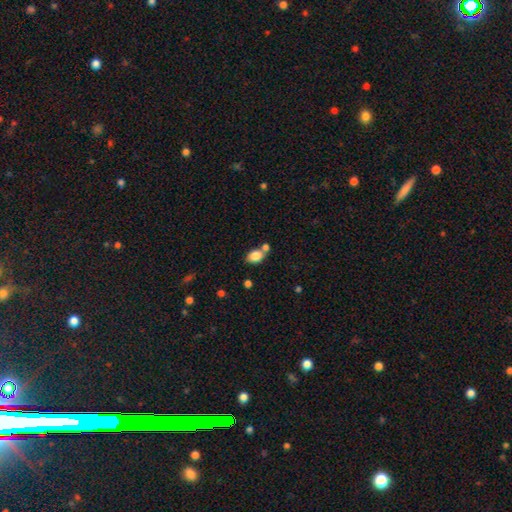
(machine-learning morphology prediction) Overall: smooth (84%). How rounded: in between (75%). Merging: none (55%; merger 28%).